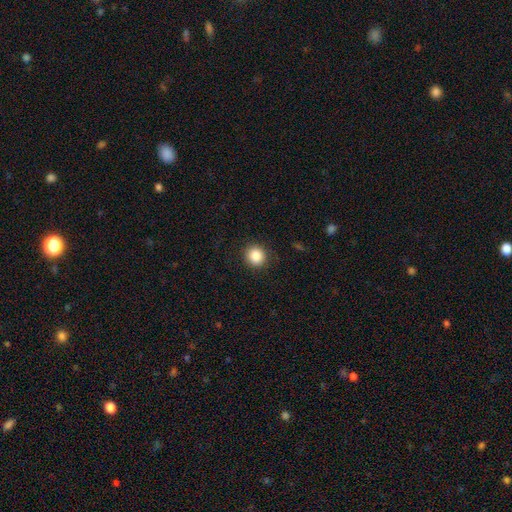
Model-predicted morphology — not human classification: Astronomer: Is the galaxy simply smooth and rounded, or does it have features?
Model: smooth — 87%.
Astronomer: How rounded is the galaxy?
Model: round — 90%.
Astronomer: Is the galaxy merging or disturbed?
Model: none — 90%.